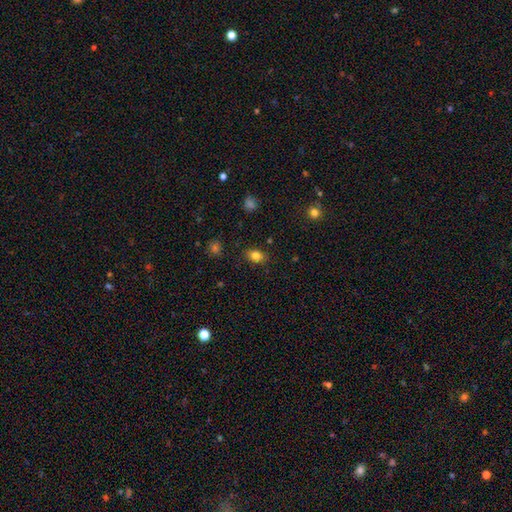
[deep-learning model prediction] Smooth or featured: smooth — 82% (star or artifact — 11%)
How rounded: in between — 70% (round — 29%)
Merging: none — 84% (minor disturbance — 12%)